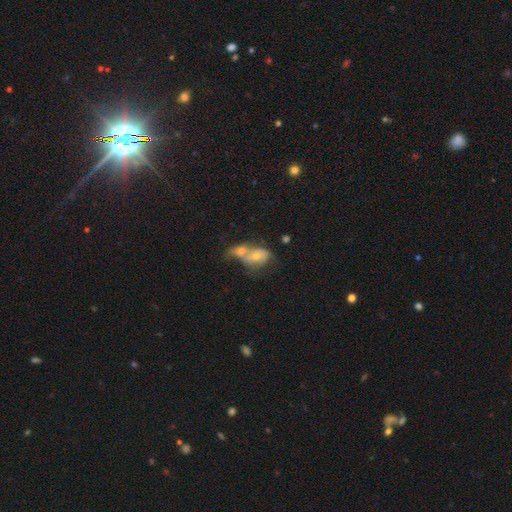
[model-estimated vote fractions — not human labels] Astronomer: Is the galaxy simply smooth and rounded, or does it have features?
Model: smooth — 50% (runner-up: featured or disk, 40%).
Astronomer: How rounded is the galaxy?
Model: in between — 70%.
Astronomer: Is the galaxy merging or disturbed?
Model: merger — 69%.